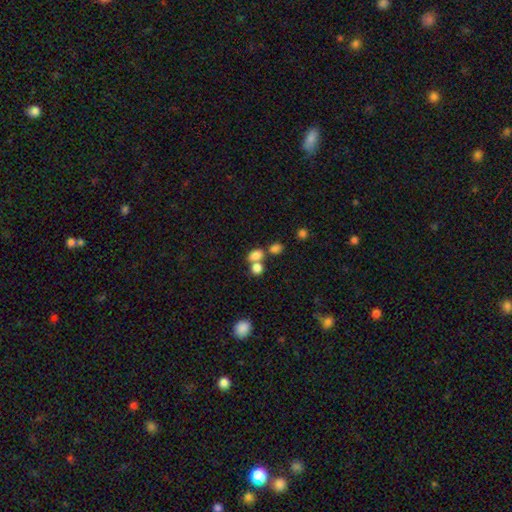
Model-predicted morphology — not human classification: Smooth or featured? smooth (79%)
How rounded? in between (66%)
Merging? merger (47%)